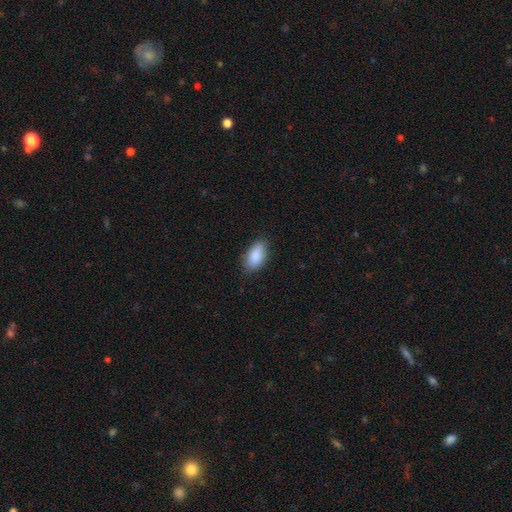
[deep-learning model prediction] This is clearly a smooth galaxy (88%). How rounded: clearly in between (91%). Merging: likely none (78%).